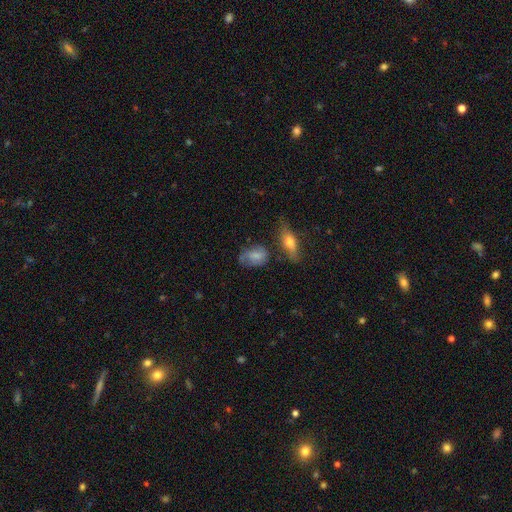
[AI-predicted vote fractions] Overall: smooth (55%; featured or disk 36%). How rounded: in between (80%). Merging: none (54%; minor disturbance 27%).